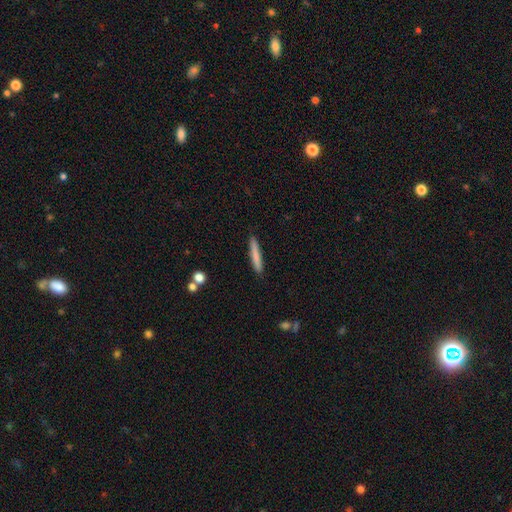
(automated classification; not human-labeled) smooth 78%, featured or disk 16%, star or artifact 6%. Down the decision tree: how rounded — cigar-shaped (94%); merging — none (90%).